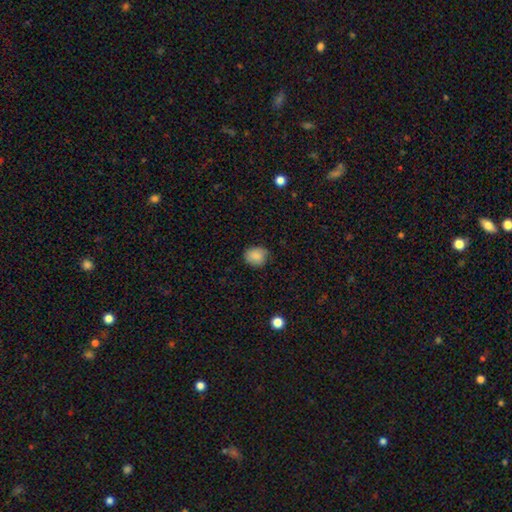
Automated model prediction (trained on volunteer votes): A smooth galaxy with no disk features (85%) that is round (65%). Merging: none (74%).